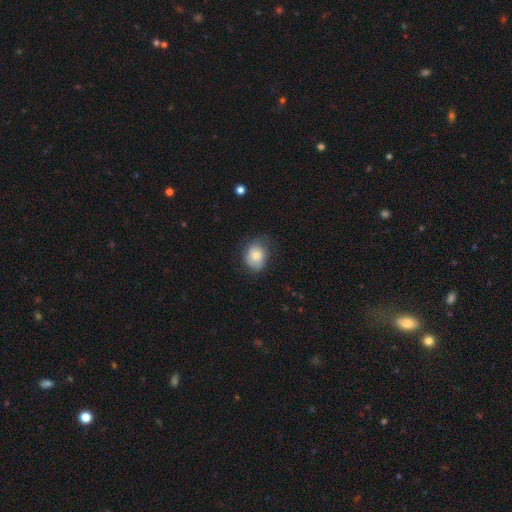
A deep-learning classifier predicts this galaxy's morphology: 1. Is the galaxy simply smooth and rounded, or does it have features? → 82% smooth, 11% featured or disk, 8% star or artifact.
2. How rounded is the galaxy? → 50% in between, 49% round, 1% cigar-shaped.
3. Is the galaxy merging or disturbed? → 60% none, 30% minor disturbance, 9% major disturbance, 1% merger.